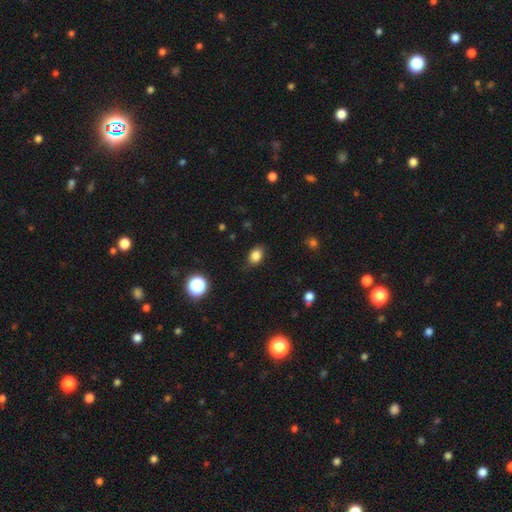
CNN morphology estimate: Smooth or featured? smooth (83%)
How rounded? in between (70%)
Merging? none (82%)